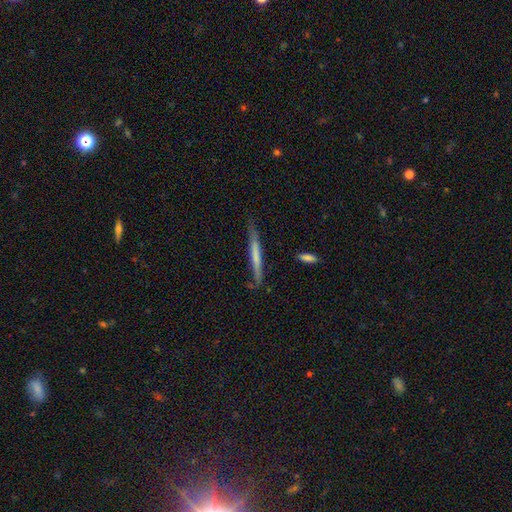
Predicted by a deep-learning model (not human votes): Q: Smooth or featured?
A: smooth (51%); runner-up: featured or disk (43%)
Q: How rounded?
A: cigar-shaped (96%); runner-up: in between (3%)
Q: Merging?
A: none (70%); runner-up: minor disturbance (22%)